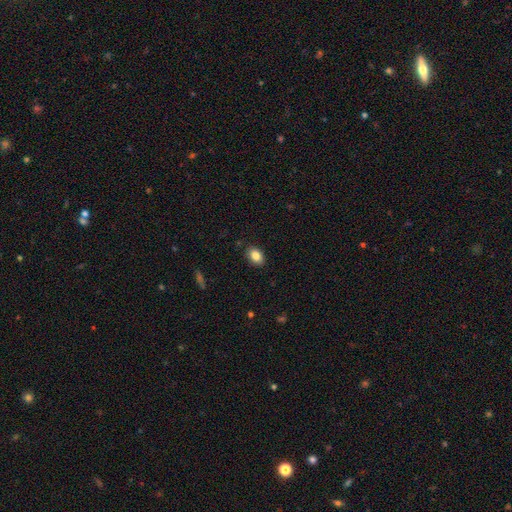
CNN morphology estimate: A smooth galaxy with no disk features (85%) that is in between round and cigar-shaped (80%). Merging: none (88%).